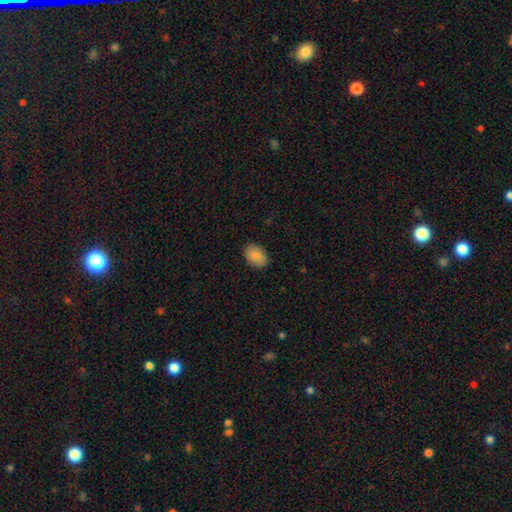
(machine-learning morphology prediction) Overall: smooth (87%). How rounded: in between (79%). Merging: none (88%).